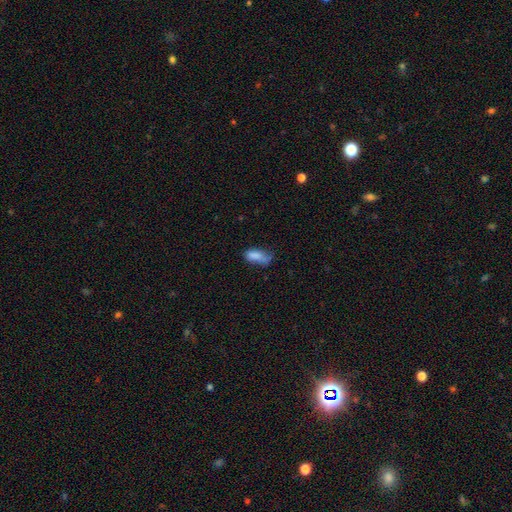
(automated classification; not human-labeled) Q: Smooth or featured?
A: smooth (80%); runner-up: featured or disk (11%)
Q: How rounded?
A: in between (85%); runner-up: cigar-shaped (12%)
Q: Merging?
A: minor disturbance (38%); runner-up: none (37%)